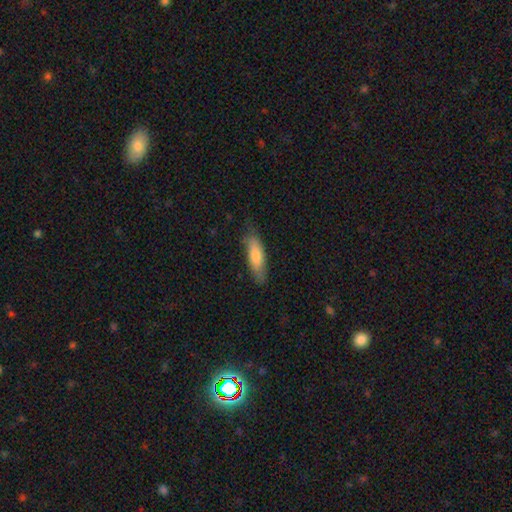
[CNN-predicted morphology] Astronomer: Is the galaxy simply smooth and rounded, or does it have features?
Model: smooth — 74%.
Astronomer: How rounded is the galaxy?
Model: cigar-shaped — 58% (runner-up: in between, 40%).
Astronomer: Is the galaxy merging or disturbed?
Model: none — 74%.